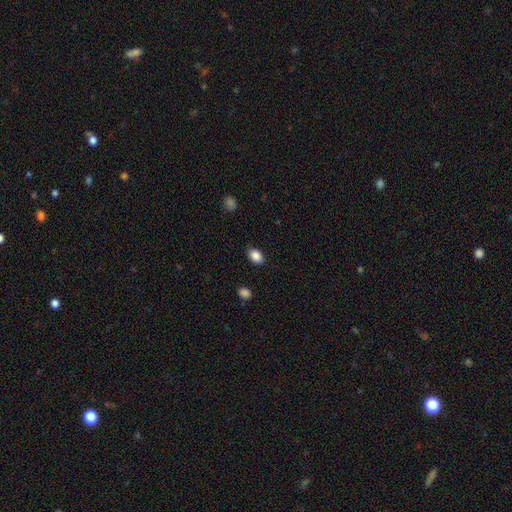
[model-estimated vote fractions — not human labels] Morphology: type=smooth (88%); roundness=in between (85%); merging=none (86%).